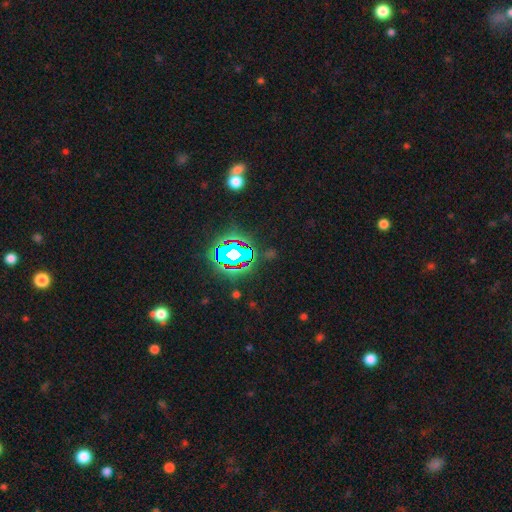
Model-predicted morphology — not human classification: smooth-or-featured: star or artifact: 79% | smooth: 12% | featured or disk: 8%